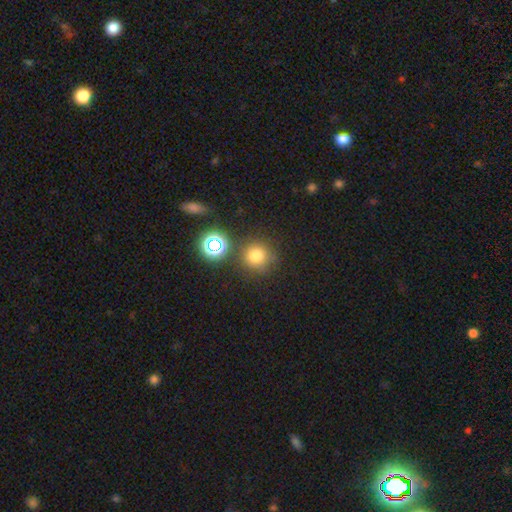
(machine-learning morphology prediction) Smooth or featured?
  - smooth: 74% *
  - star or artifact: 20%
  - featured or disk: 7%
How rounded?
  - round: 92% *
  - in between: 7%
  - cigar-shaped: 1%
Merging?
  - none: 79% *
  - minor disturbance: 10%
  - merger: 8%
  - major disturbance: 4%